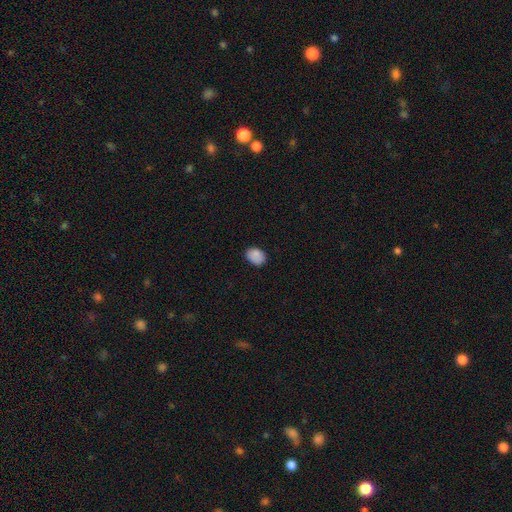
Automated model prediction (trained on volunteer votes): Smooth or featured?
  - smooth: 86% *
  - star or artifact: 9%
  - featured or disk: 5%
How rounded?
  - in between: 70% *
  - round: 29%
  - cigar-shaped: 1%
Merging?
  - none: 78% *
  - minor disturbance: 18%
  - major disturbance: 3%
  - merger: 1%